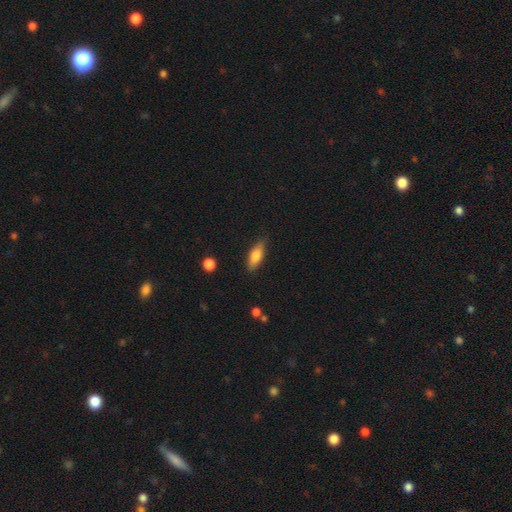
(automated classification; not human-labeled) Q: Smooth or featured?
A: smooth (74%); runner-up: featured or disk (20%)
Q: How rounded?
A: in between (66%); runner-up: cigar-shaped (31%)
Q: Merging?
A: none (82%); runner-up: minor disturbance (14%)